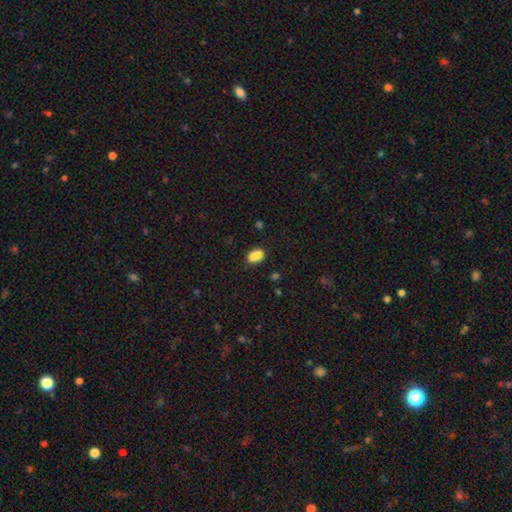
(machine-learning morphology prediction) smooth-or-featured: smooth: 77% | featured or disk: 13% | star or artifact: 10%
  how-rounded: in between: 70% | round: 29% | cigar-shaped: 2%
  merging: merger: 44% | none: 39% | minor disturbance: 12% | major disturbance: 4%